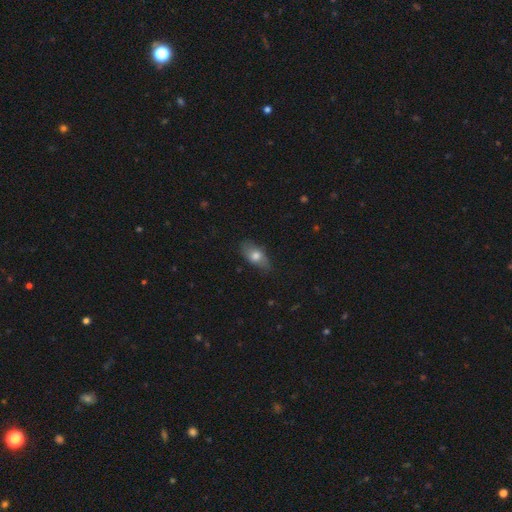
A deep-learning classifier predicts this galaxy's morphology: Smooth or featured? Predicted: smooth (p=0.71). How rounded? Predicted: in between (p=0.86). Merging? Predicted: none (p=0.75).